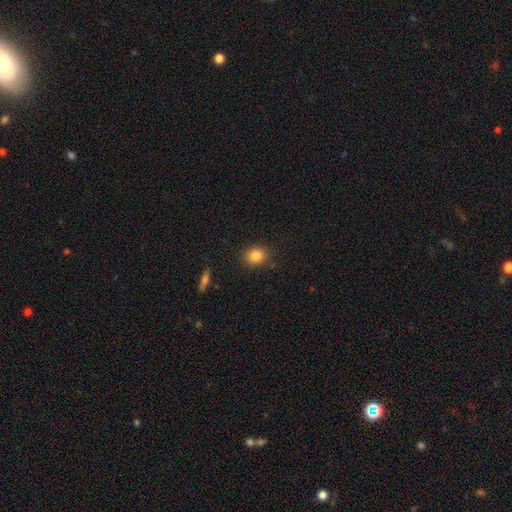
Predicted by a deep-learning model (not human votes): Smooth or featured?
  - smooth: 85% *
  - star or artifact: 10%
  - featured or disk: 5%
How rounded?
  - round: 64% *
  - in between: 34%
  - cigar-shaped: 1%
Merging?
  - none: 86% *
  - minor disturbance: 10%
  - major disturbance: 3%
  - merger: 2%